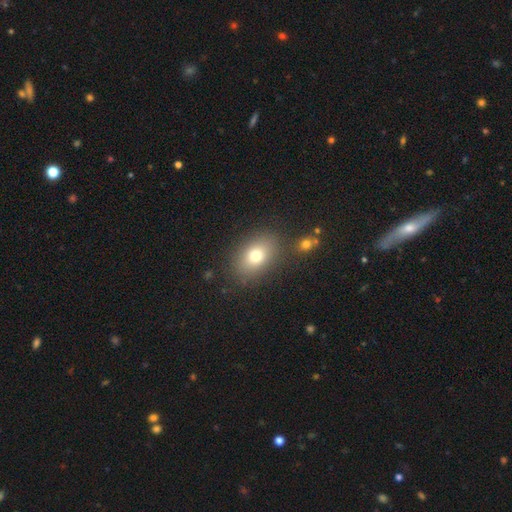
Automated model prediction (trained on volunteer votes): smooth_or_featured: smooth (p=0.75) [alt: featured or disk p=0.13]
how_rounded: in between (p=0.75) [alt: round p=0.24]
merging: none (p=0.81) [alt: minor disturbance p=0.10]